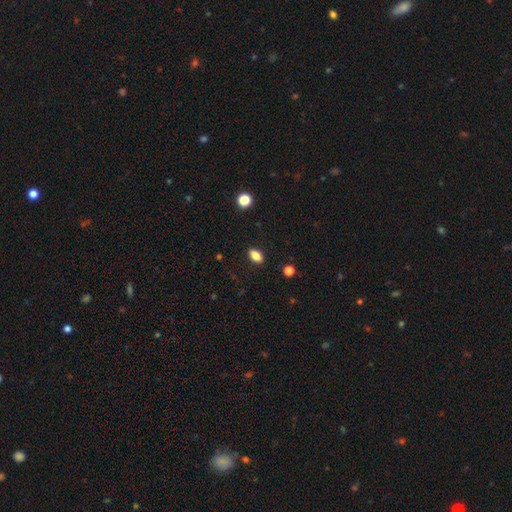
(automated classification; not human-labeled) Smooth or featured? Predicted: smooth (p=0.80). How rounded? Predicted: in between (p=0.85). Merging? Predicted: none (p=0.87).